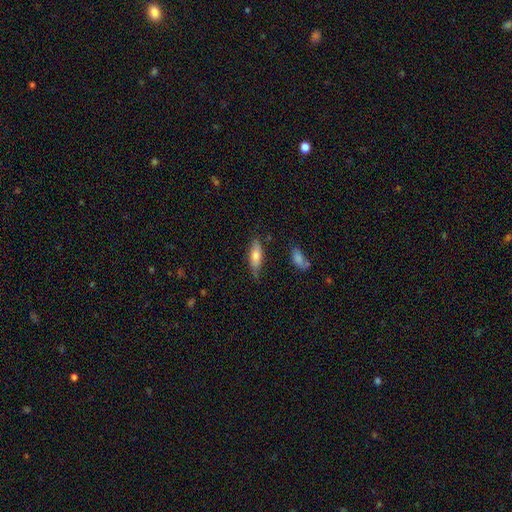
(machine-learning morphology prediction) Overall: smooth (71%). How rounded: in between (64%; cigar-shaped 33%). Merging: none (70%).